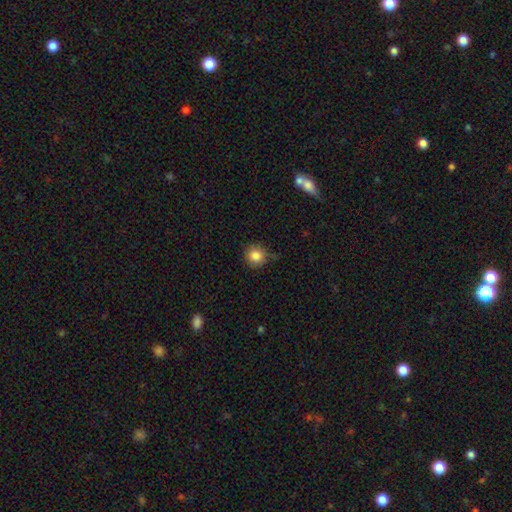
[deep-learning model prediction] Q: Smooth or featured?
A: smooth (84%); runner-up: star or artifact (10%)
Q: How rounded?
A: round (92%); runner-up: in between (7%)
Q: Merging?
A: none (73%); runner-up: minor disturbance (21%)